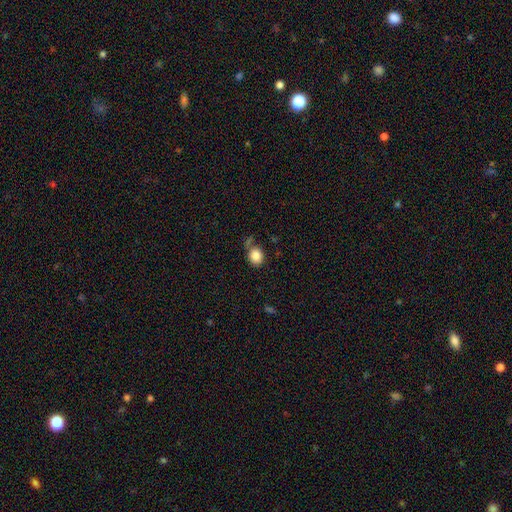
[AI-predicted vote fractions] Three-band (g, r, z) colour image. It shows a smooth galaxy with no disk features (84%) that is round (57%). Merging: none (65%).